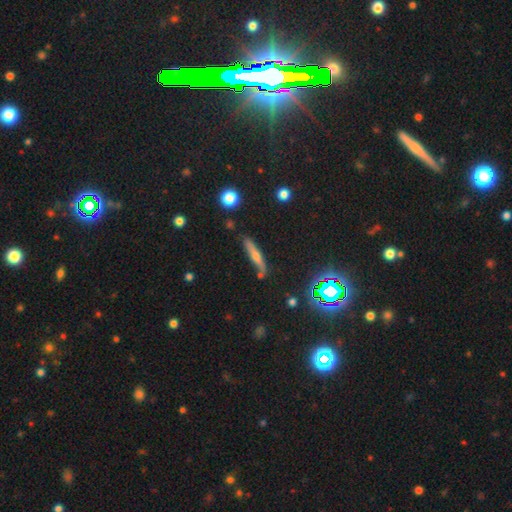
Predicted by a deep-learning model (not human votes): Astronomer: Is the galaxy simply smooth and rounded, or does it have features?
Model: featured or disk — 44% (runner-up: smooth, 39%).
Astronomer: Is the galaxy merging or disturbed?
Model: none — 78%.